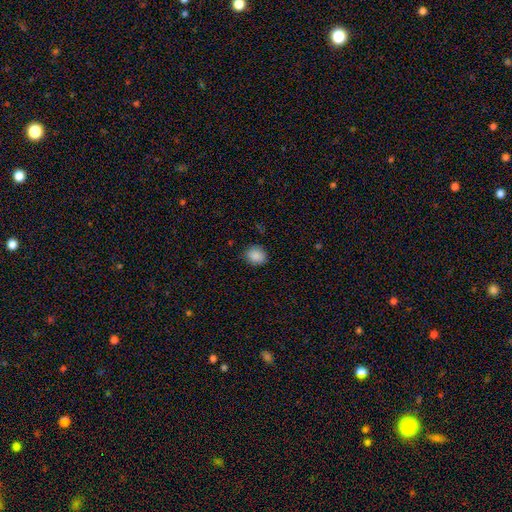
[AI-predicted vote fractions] Smooth or featured: smooth — 88% (star or artifact — 9%)
How rounded: round — 63% (in between — 36%)
Merging: none — 82% (minor disturbance — 14%)